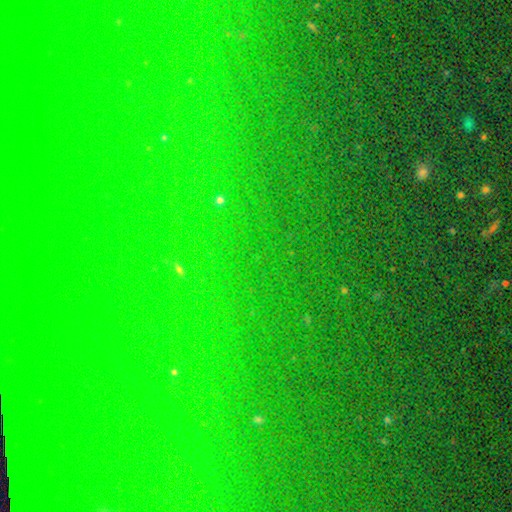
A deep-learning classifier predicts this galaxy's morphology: This is clearly a star or artifact rather than a galaxy (80%).